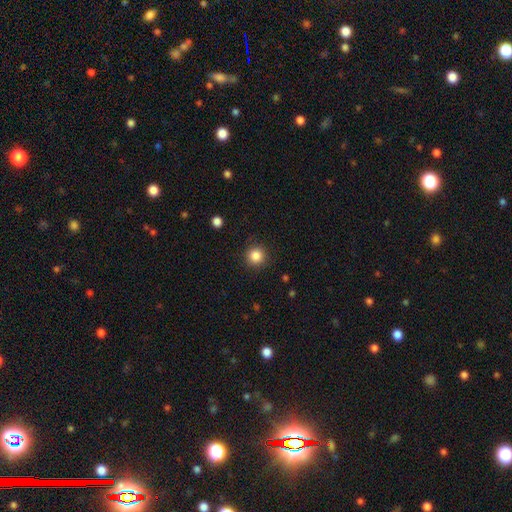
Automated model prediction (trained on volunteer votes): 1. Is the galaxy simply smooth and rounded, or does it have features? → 85% smooth, 11% star or artifact, 4% featured or disk.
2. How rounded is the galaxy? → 94% round, 5% in between, 1% cigar-shaped.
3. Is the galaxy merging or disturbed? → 90% none, 7% minor disturbance, 2% major disturbance, 1% merger.